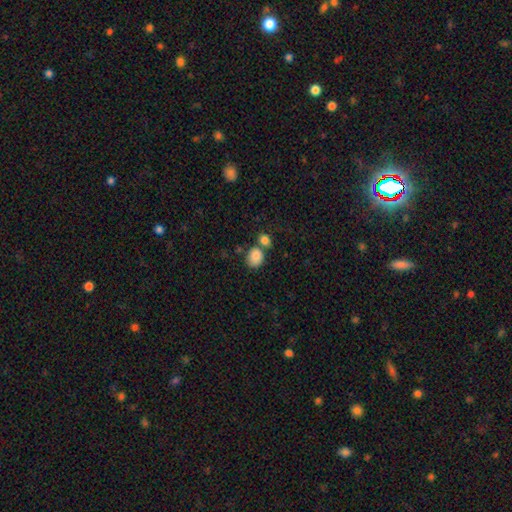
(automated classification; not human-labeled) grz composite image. It shows a smooth galaxy with no disk features (85%) that is round (56%). Merging: none (48%).